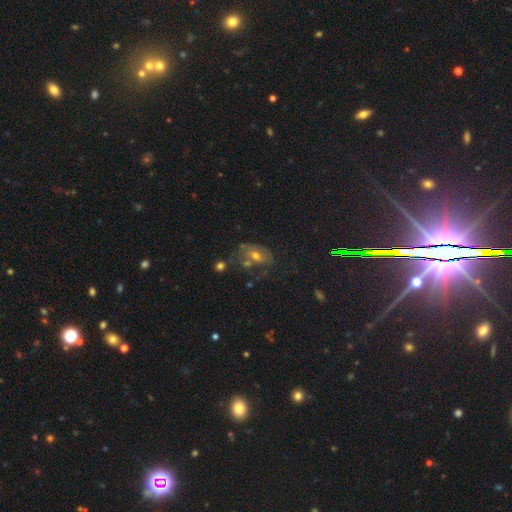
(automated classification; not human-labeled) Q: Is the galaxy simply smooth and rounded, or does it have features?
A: smooth — 40%, tied with featured or disk.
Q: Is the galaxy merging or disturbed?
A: none — 39%.